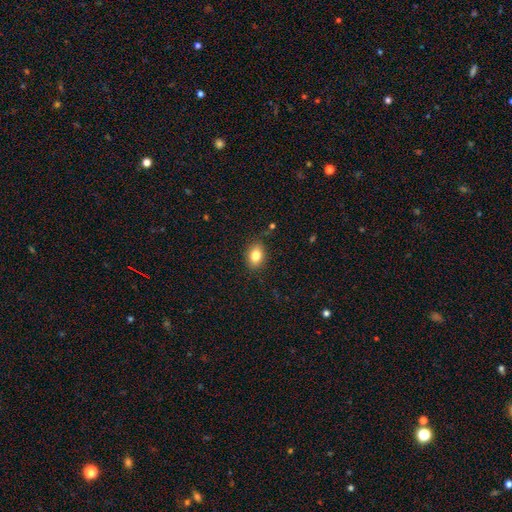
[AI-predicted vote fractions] This is clearly a smooth galaxy (83%). How rounded: likely in between (74%). Merging: clearly none (85%).